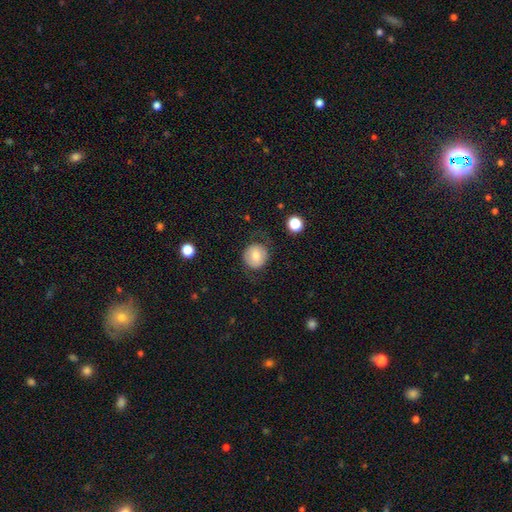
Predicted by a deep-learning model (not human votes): Smooth or featured: smooth — 71% (featured or disk — 21%)
How rounded: round — 87% (in between — 12%)
Merging: none — 74% (minor disturbance — 16%)